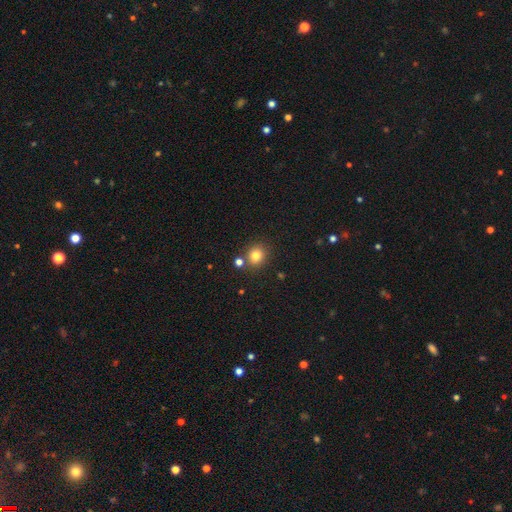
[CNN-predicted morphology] Q: Smooth or featured?
A: smooth (81%); runner-up: star or artifact (13%)
Q: How rounded?
A: round (83%); runner-up: in between (16%)
Q: Merging?
A: none (79%); runner-up: merger (10%)